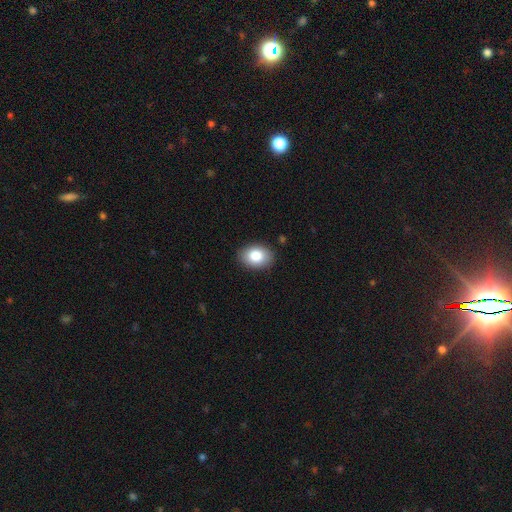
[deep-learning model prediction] smooth 84%, featured or disk 8%, star or artifact 8%. Down the decision tree: how rounded — in between (78%); merging — none (88%).